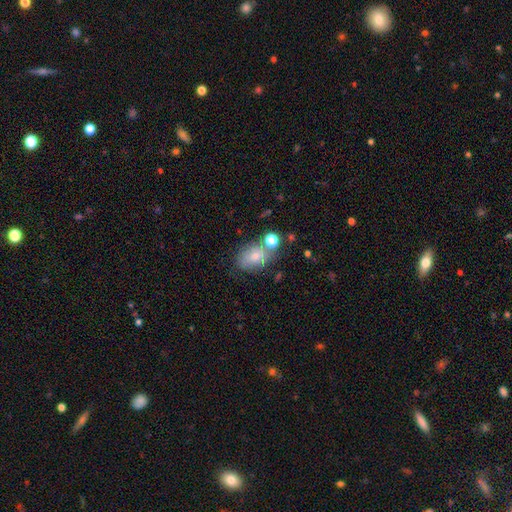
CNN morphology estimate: smooth_or_featured: smooth (p=0.73) [alt: featured or disk p=0.16]
how_rounded: in between (p=0.80) [alt: round p=0.19]
merging: none (p=0.55) [alt: minor disturbance p=0.20]